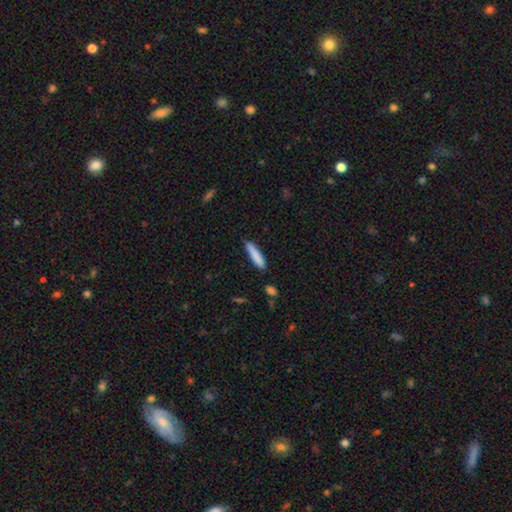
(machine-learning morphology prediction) smooth-or-featured: smooth: 84% | featured or disk: 10% | star or artifact: 6%
  how-rounded: cigar-shaped: 85% | in between: 14% | round: 1%
  merging: none: 85% | minor disturbance: 11% | merger: 2% | major disturbance: 2%